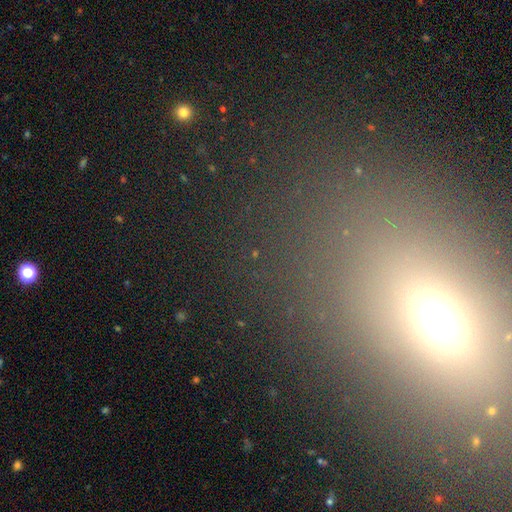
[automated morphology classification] The model was most divided on "smooth or featured": star or artifact: 49%, smooth: 35%, featured or disk: 17%.